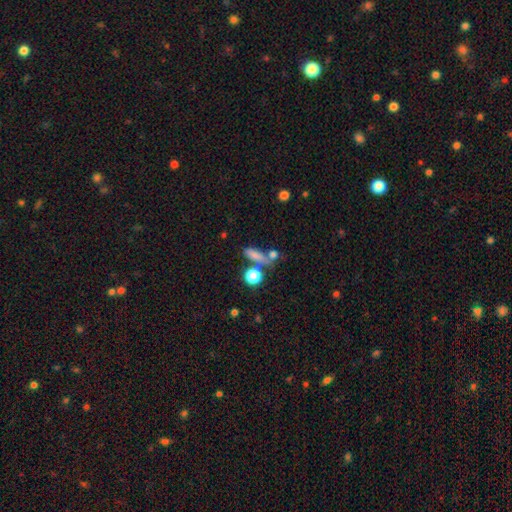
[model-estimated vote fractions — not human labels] Smooth or featured? smooth (74%)
How rounded? cigar-shaped (43%)
Merging? none (57%)